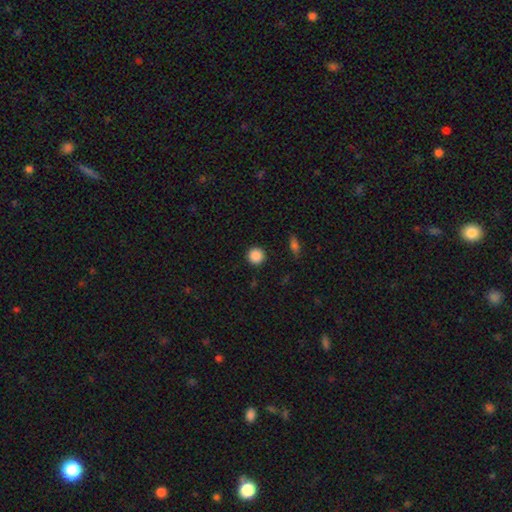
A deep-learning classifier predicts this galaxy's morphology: The model was most divided on "smooth or featured": smooth: 87%, star or artifact: 10%, featured or disk: 3%. More confident: how rounded — round (95%); merging — none (91%).